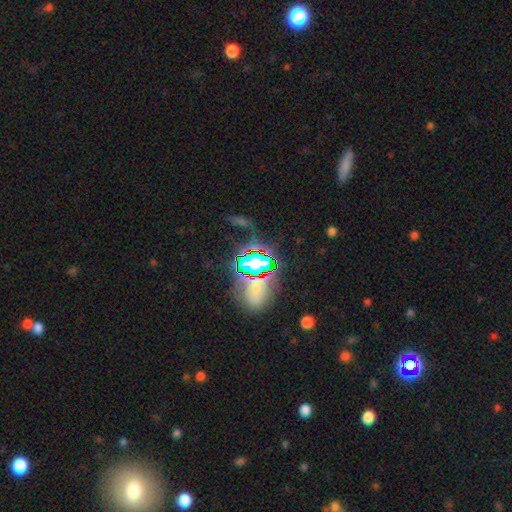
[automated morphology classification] Smooth or featured?
  - star or artifact: 76% *
  - smooth: 15%
  - featured or disk: 9%